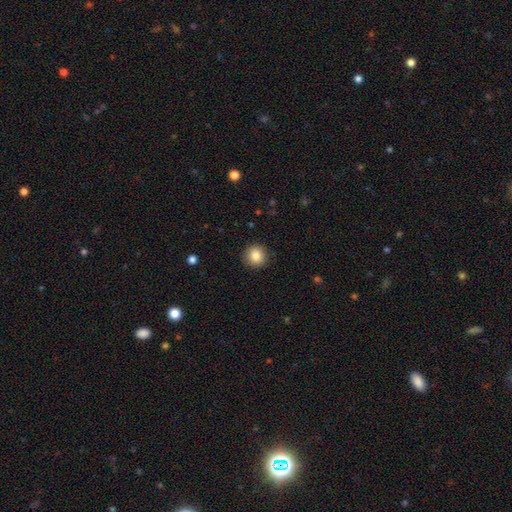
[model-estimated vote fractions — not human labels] Smooth or featured: smooth — 85% (star or artifact — 9%)
How rounded: round — 93% (in between — 6%)
Merging: none — 91% (minor disturbance — 6%)